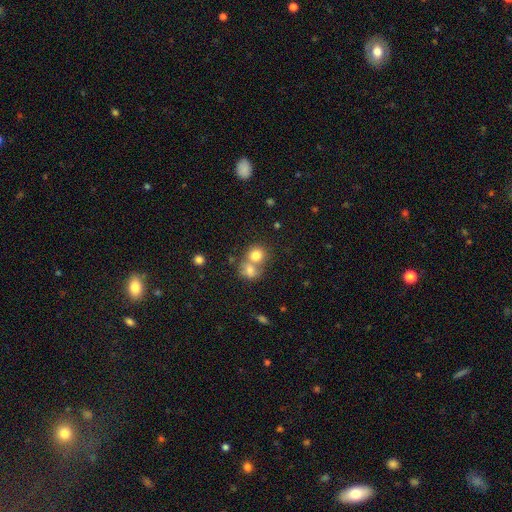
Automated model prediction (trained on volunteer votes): smooth-or-featured: smooth: 78% | featured or disk: 12% | star or artifact: 11%
  how-rounded: round: 78% | in between: 22% | cigar-shaped: 1%
  merging: merger: 57% | none: 34% | minor disturbance: 6% | major disturbance: 3%